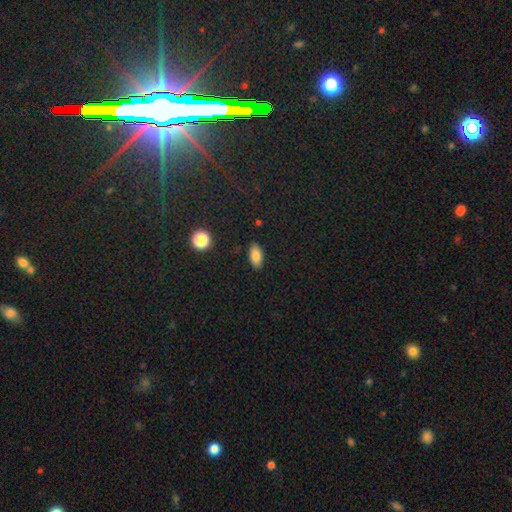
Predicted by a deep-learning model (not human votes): Smooth or featured: smooth — 83% (star or artifact — 10%)
How rounded: in between — 90% (cigar-shaped — 5%)
Merging: none — 88% (minor disturbance — 9%)